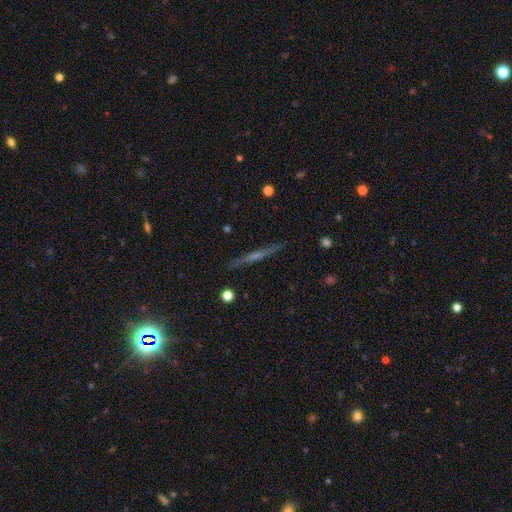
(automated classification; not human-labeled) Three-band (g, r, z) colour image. It shows a featured or disk galaxy (65%) viewed edge-on (97%) with a rounded central bulge (47%). Merging: none (91%).